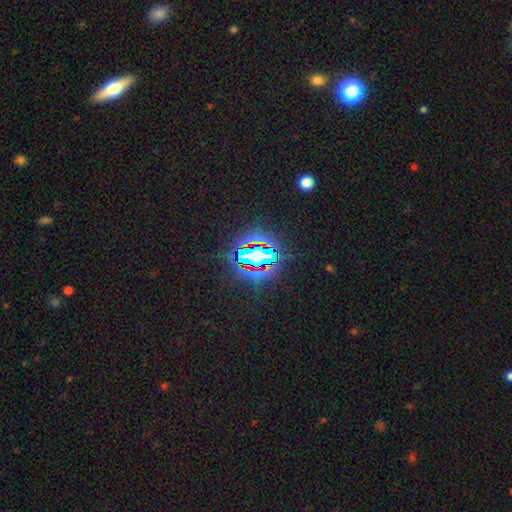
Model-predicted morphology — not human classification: type=star or artifact (75%).